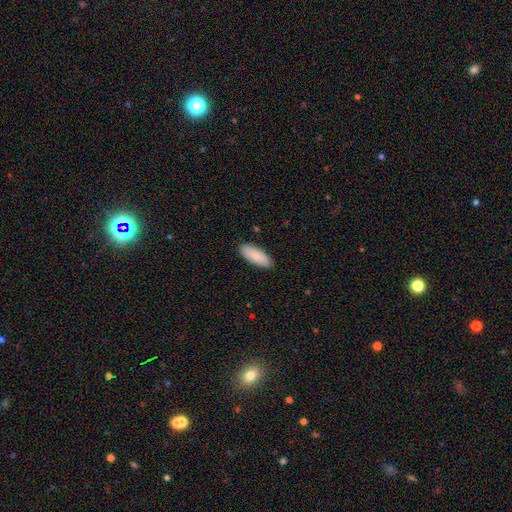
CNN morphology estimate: A smooth galaxy with no disk features (88%) that is in between round and cigar-shaped (76%).

Vote fractions:
- Smooth or featured? smooth: 88% / featured or disk: 7% / star or artifact: 5%
- How rounded? in between: 76% / cigar-shaped: 23% / round: 2%
- Merging? none: 89% / minor disturbance: 9% / major disturbance: 2% / merger: 1%